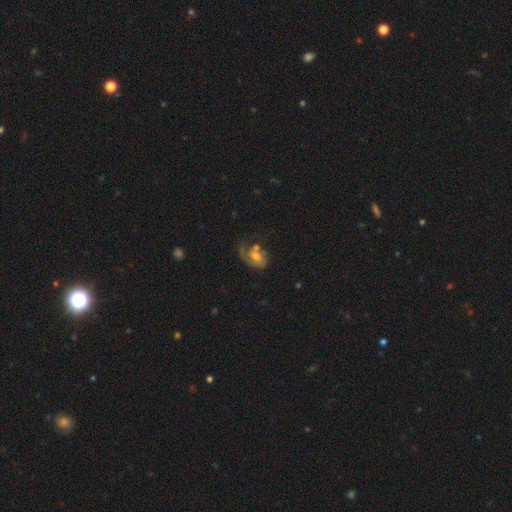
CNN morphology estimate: A featured or disk galaxy (62%) with no bar (60%), spiral arms (82%) and a moderate central bulge (53%).

Vote fractions:
- Smooth or featured? featured or disk: 62% / smooth: 28% / star or artifact: 10%
- Edge-on disk? no: 97% / yes: 3%
- Bar? no: 60% / weak: 33% / strong: 7%
- Spiral arms? yes: 82% / no: 18%
- Bulge size? moderate: 53% / small: 24% / large: 14% / none: 7% / dominant: 2%
- Merging? none: 35% / major disturbance: 29% / minor disturbance: 20% / merger: 17%